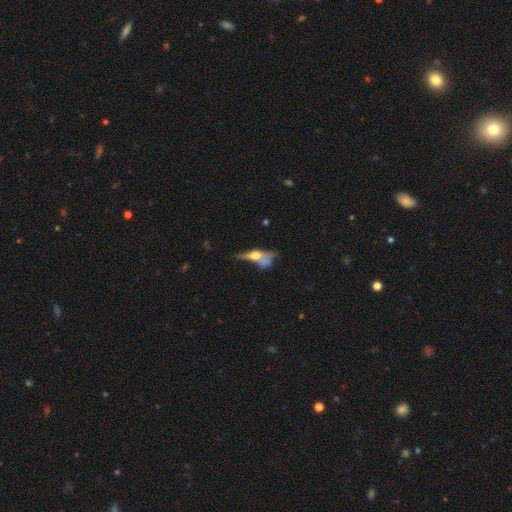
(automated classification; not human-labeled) This is possibly a featured or disk galaxy (48%). Merging: marginally merger (35%).